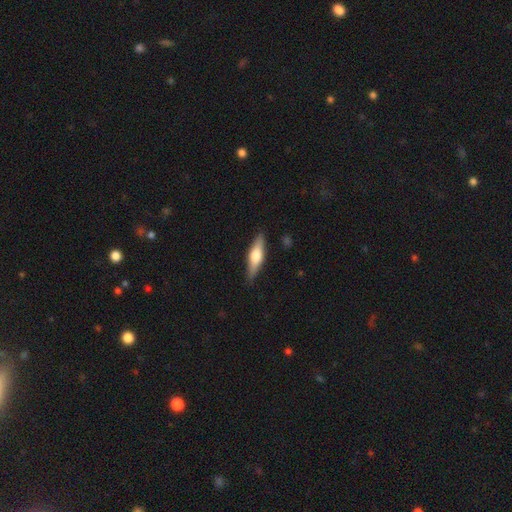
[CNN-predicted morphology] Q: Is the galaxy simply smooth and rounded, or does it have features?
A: featured or disk — 48%.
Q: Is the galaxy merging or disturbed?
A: none — 88%.